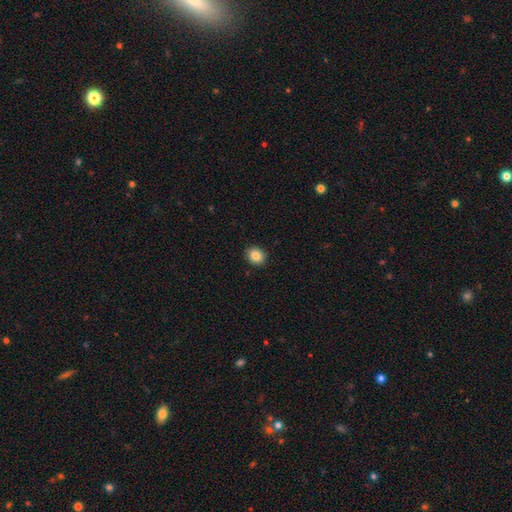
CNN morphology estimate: smooth-or-featured: smooth: 85% | star or artifact: 9% | featured or disk: 6%
  how-rounded: round: 61% | in between: 38% | cigar-shaped: 1%
  merging: none: 91% | minor disturbance: 7% | major disturbance: 2% | merger: 1%